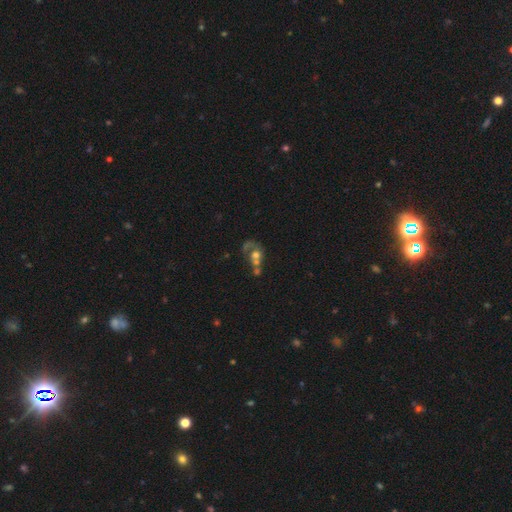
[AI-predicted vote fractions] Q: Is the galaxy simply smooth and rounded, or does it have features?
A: featured or disk — 49%.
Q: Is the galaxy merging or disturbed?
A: merger — 52%.